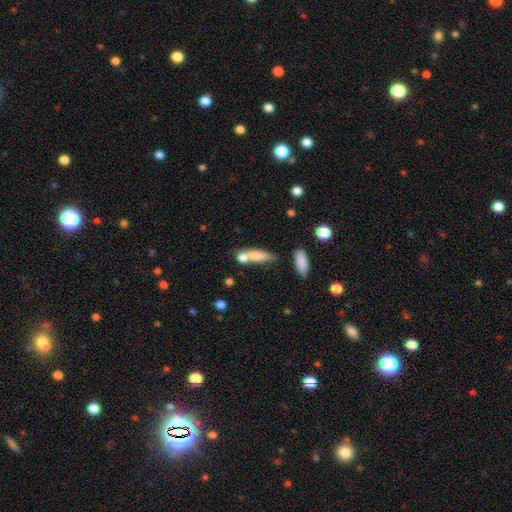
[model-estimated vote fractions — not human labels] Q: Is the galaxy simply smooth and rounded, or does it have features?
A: smooth — 74%.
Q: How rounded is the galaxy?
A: cigar-shaped — 49%.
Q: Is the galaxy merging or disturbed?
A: none — 44%.